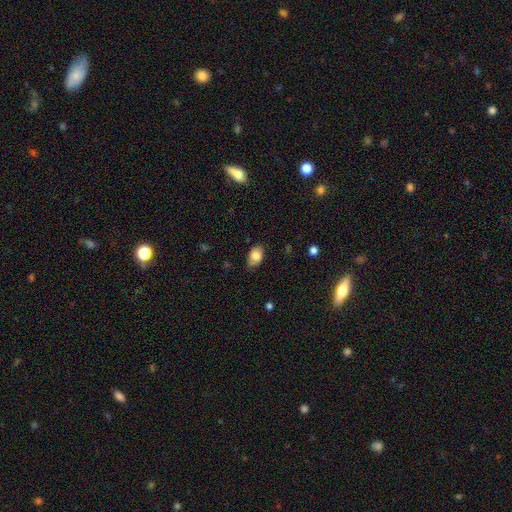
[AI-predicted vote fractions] A smooth galaxy with no disk features (82%) that is in between round and cigar-shaped (87%). Merging: none (75%).